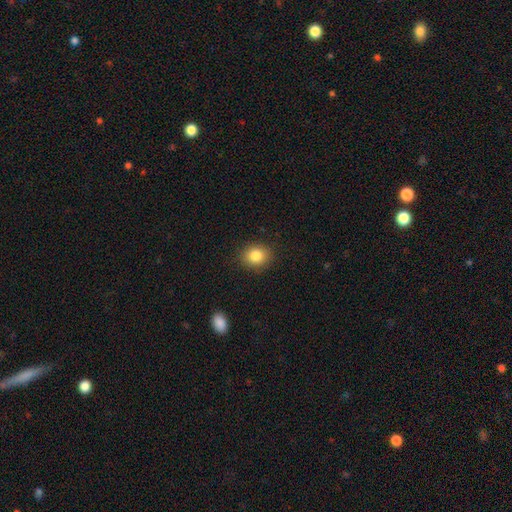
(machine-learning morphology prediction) smooth 85%, star or artifact 10%, featured or disk 6%. Down the decision tree: how rounded — round (62%); merging — none (88%).